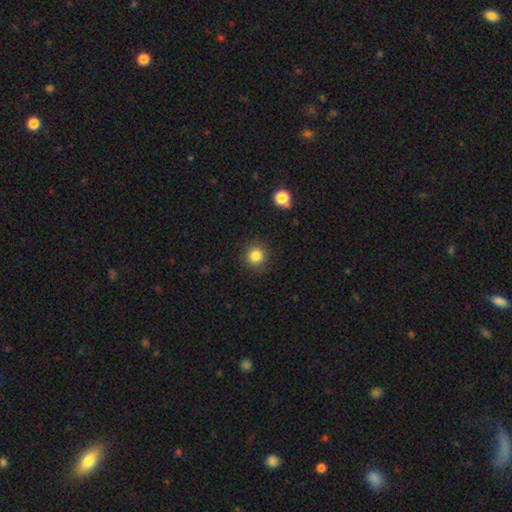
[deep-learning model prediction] A smooth galaxy with no disk features (84%) that is round (92%). Merging: none (89%).